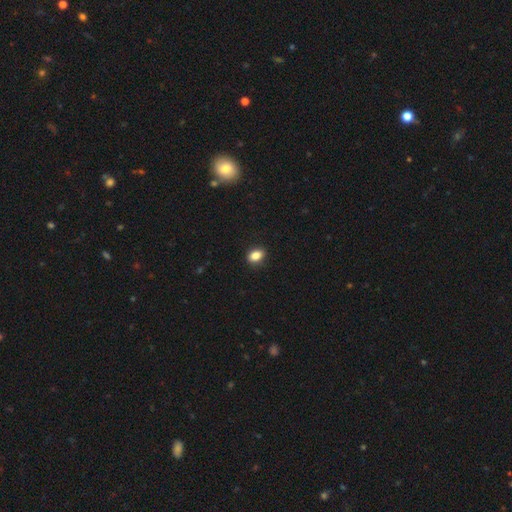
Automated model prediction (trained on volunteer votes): smooth 86%, star or artifact 9%, featured or disk 5%. Down the decision tree: how rounded — in between (76%); merging — none (89%).